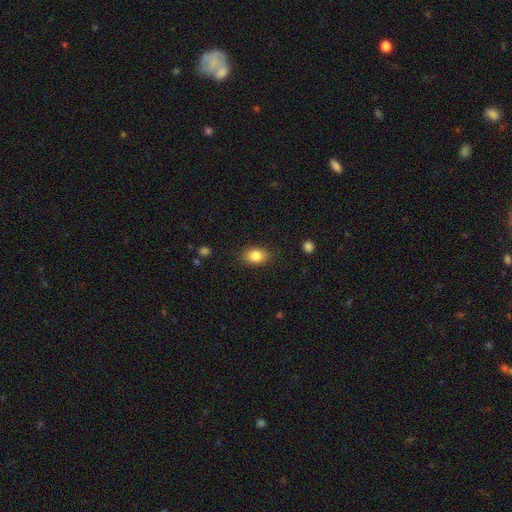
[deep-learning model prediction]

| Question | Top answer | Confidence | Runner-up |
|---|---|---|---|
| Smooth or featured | smooth | 84% | star or artifact (9%) |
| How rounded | in between | 76% | round (22%) |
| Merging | none | 84% | minor disturbance (12%) |